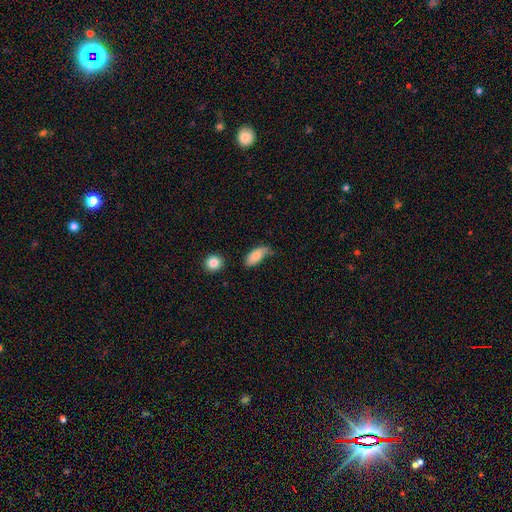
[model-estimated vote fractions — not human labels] smooth-or-featured: smooth: 82% | featured or disk: 10% | star or artifact: 7%
  how-rounded: in between: 89% | cigar-shaped: 8% | round: 3%
  merging: none: 45% | minor disturbance: 37% | major disturbance: 13% | merger: 5%